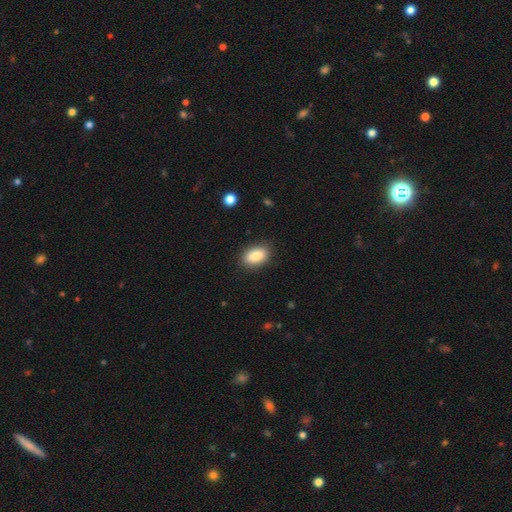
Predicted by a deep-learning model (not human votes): Overall: smooth (88%). How rounded: in between (90%). Merging: none (87%).